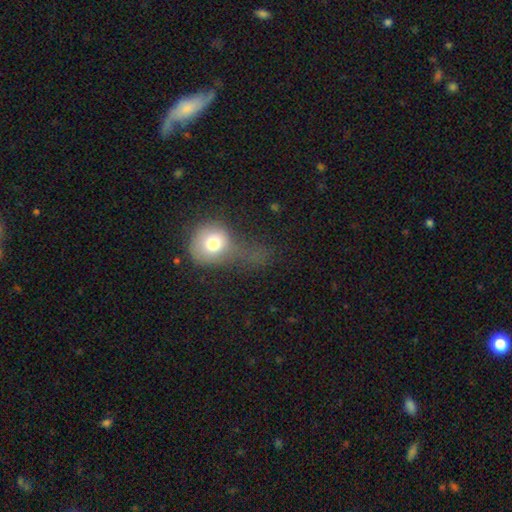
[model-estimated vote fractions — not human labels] smooth_or_featured: smooth (p=0.67) [alt: featured or disk p=0.17]
how_rounded: round (p=0.73) [alt: in between p=0.24]
merging: major disturbance (p=0.46) [alt: minor disturbance p=0.22]